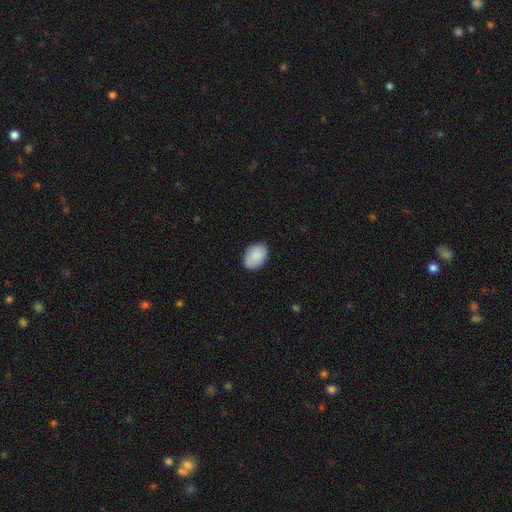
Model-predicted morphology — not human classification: This appears to be a smooth galaxy with no disk features (87%) that is in between round and cigar-shaped (83%). Merging: none (86%).